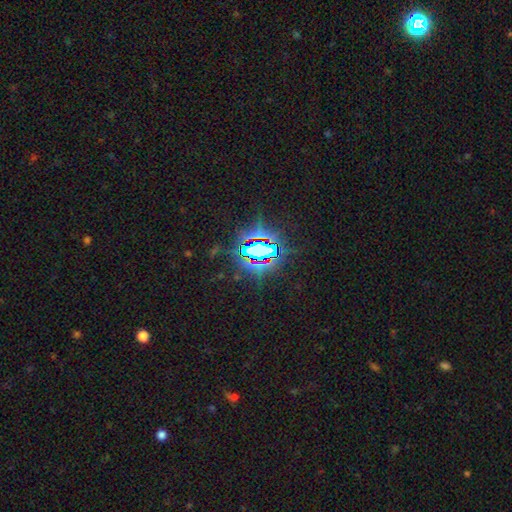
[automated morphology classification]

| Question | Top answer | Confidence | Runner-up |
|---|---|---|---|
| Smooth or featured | star or artifact | 83% | smooth (10%) |